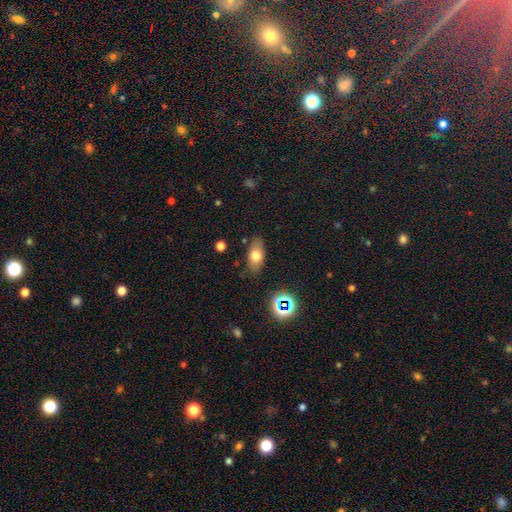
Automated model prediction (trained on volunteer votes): Smooth or featured: smooth — 71% (featured or disk — 17%)
How rounded: in between — 84% (round — 8%)
Merging: none — 80% (minor disturbance — 14%)